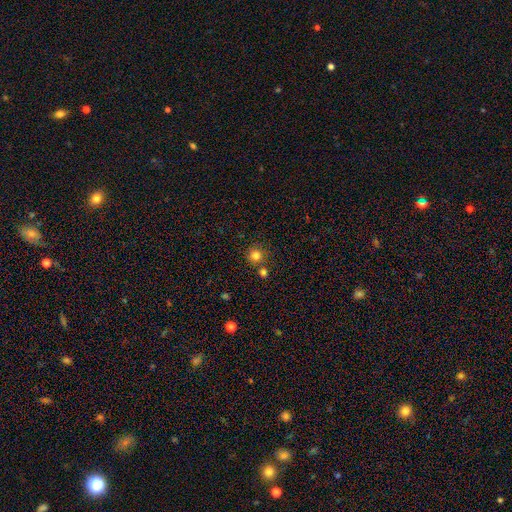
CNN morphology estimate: Overall: smooth (81%). How rounded: round (94%). Merging: none (75%).